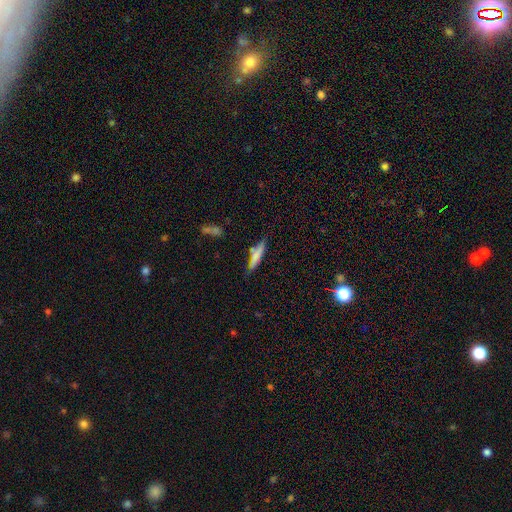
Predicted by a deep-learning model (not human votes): smooth_or_featured: smooth (p=0.67) [alt: featured or disk p=0.25]
how_rounded: cigar-shaped (p=0.83) [alt: in between p=0.15]
merging: none (p=0.67) [alt: minor disturbance p=0.20]